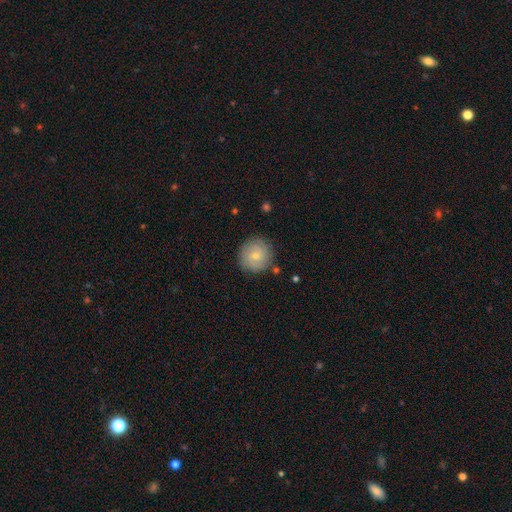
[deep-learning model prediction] Overall: smooth (52%; featured or disk 39%). How rounded: round (92%). Merging: none (84%).